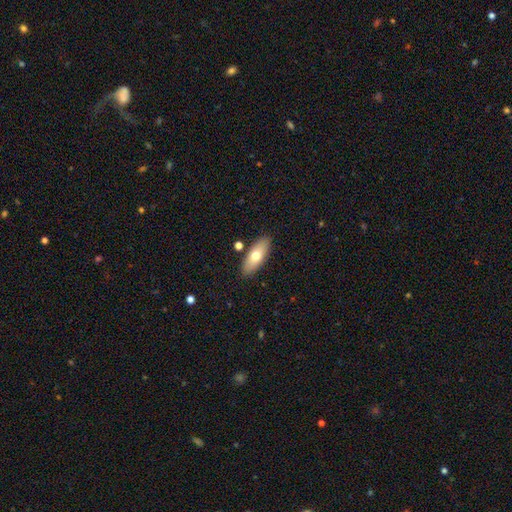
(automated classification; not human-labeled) A smooth galaxy with no disk features (66%) that is in between round and cigar-shaped (74%). Merging: none (86%).